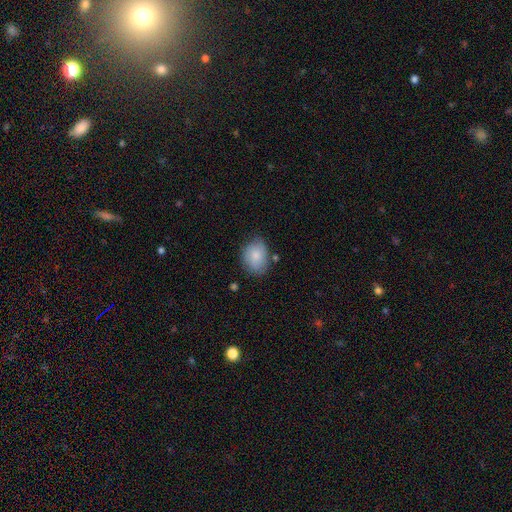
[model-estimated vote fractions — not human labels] Smooth or featured? Predicted: smooth (p=0.81). How rounded? Predicted: in between (p=0.64). Merging? Predicted: none (p=0.70).